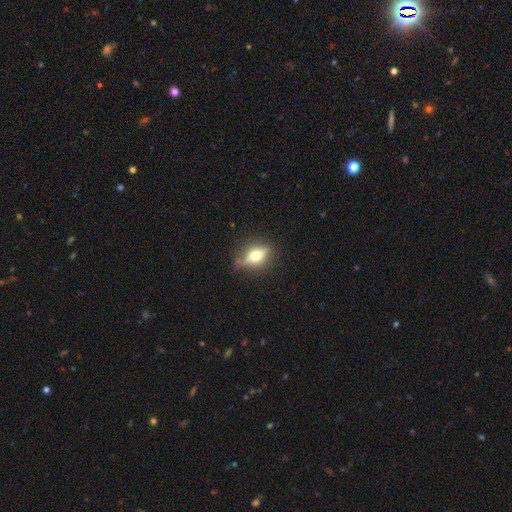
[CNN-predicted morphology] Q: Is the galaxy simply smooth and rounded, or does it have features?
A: featured or disk — 52%.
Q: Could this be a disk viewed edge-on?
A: yes — 83%.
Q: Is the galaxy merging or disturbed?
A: none — 77%.